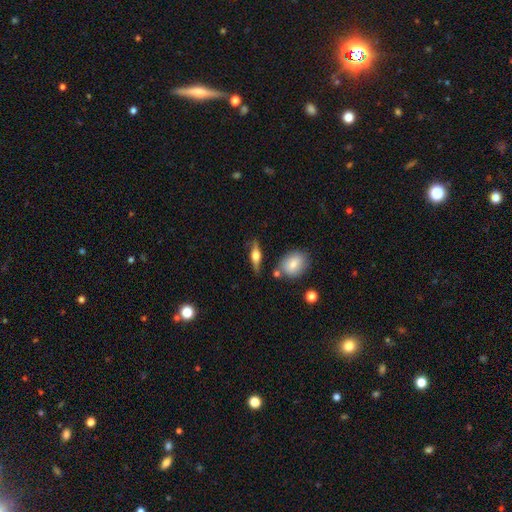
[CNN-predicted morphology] Smooth or featured? featured or disk (58%)
Edge-on disk? yes (93%)
Edge-on bulge? rounded (93%)
Merging? none (78%)